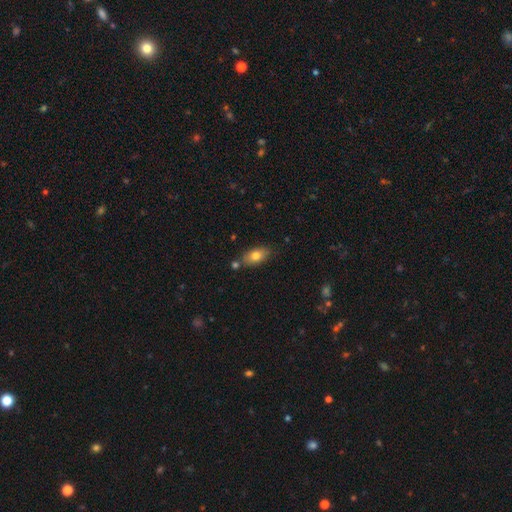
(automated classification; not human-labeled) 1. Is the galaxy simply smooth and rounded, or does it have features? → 78% smooth, 14% featured or disk, 8% star or artifact.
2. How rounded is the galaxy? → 87% in between, 7% cigar-shaped, 6% round.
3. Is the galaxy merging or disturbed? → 74% none, 15% minor disturbance, 8% merger, 3% major disturbance.